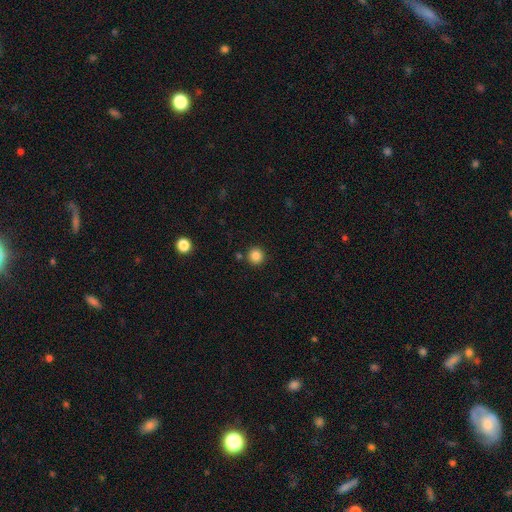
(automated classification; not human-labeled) Smooth or featured? smooth (85%)
How rounded? round (95%)
Merging? none (89%)